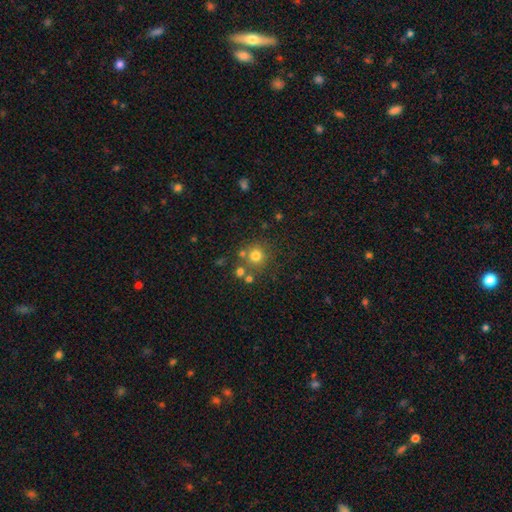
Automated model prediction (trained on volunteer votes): This is likely a smooth galaxy (74%). How rounded: clearly round (93%). Merging: likely none (73%).